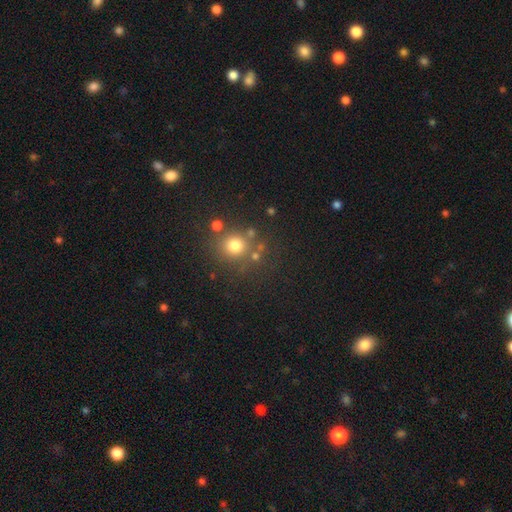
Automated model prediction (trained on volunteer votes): Q: Smooth or featured?
A: smooth (67%); runner-up: star or artifact (24%)
Q: How rounded?
A: round (89%); runner-up: in between (10%)
Q: Merging?
A: none (73%); runner-up: merger (13%)